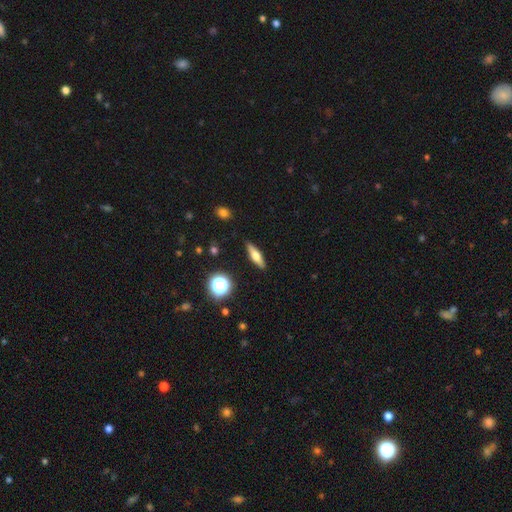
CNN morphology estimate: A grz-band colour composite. It shows a smooth galaxy with no disk features (46%). Merging: none (89%).